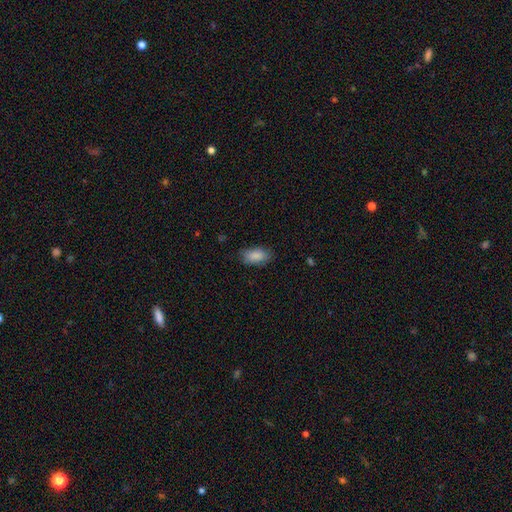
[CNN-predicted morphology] Overall: smooth (88%). How rounded: in between (92%). Merging: none (78%).